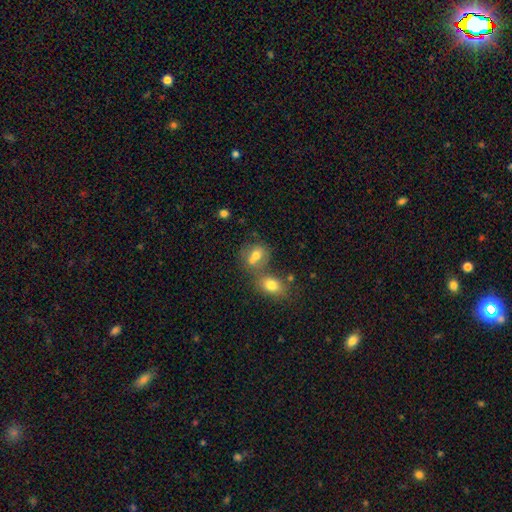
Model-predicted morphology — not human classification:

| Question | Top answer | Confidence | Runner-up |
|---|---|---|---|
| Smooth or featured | smooth | 71% | featured or disk (17%) |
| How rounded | round | 50% | in between (49%) |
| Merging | merger | 46% | none (39%) |